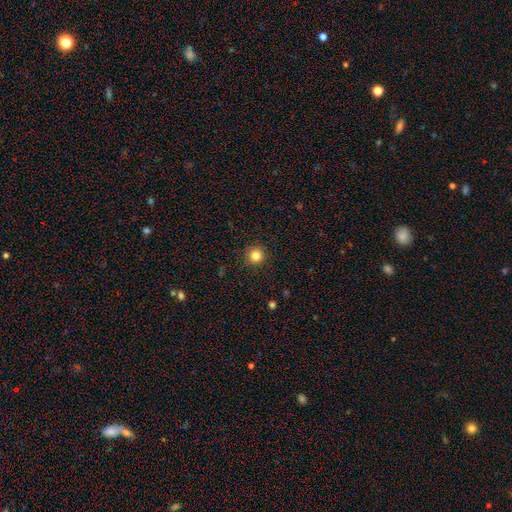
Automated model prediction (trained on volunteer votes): This appears to be a smooth galaxy with no disk features (83%) that is round (96%). Merging: none (92%).